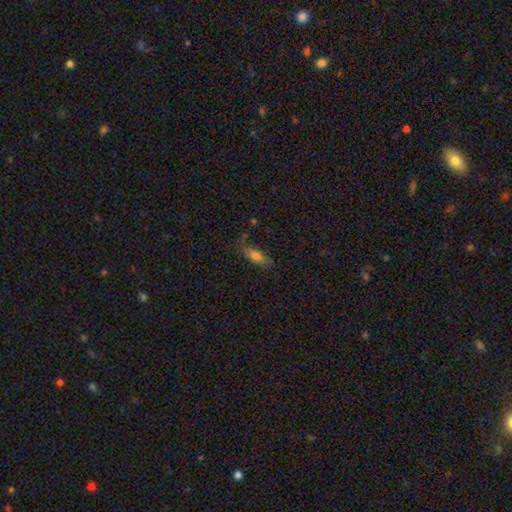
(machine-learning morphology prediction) Smooth or featured: smooth — 73% (featured or disk — 18%)
How rounded: in between — 66% (cigar-shaped — 32%)
Merging: none — 71% (minor disturbance — 20%)